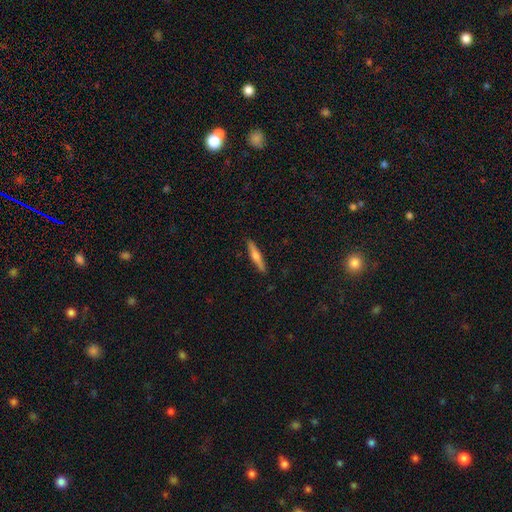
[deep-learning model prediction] featured or disk 49%, smooth 45%, star or artifact 6%. Down the decision tree: merging — none (90%).